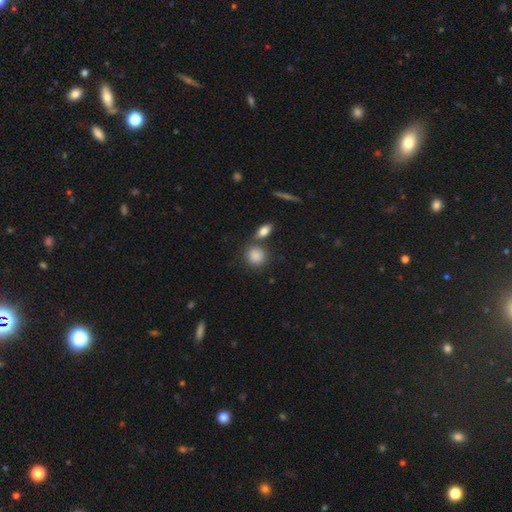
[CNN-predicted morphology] Smooth or featured?
  - smooth: 85% *
  - star or artifact: 8%
  - featured or disk: 6%
How rounded?
  - round: 78% *
  - in between: 20%
  - cigar-shaped: 2%
Merging?
  - none: 67% *
  - merger: 18%
  - minor disturbance: 11%
  - major disturbance: 4%